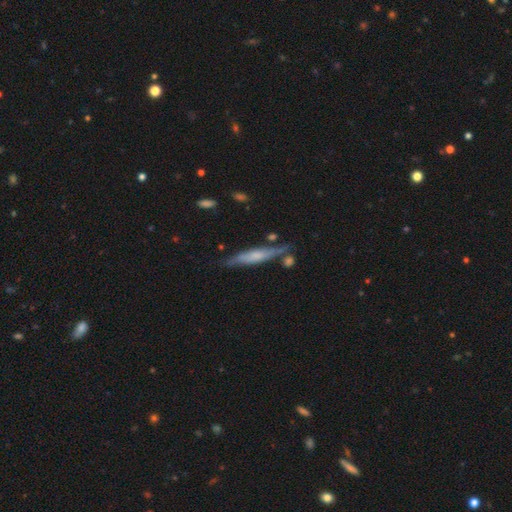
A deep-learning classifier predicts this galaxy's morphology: This is possibly a featured or disk galaxy (48%). Merging: likely none (71%).